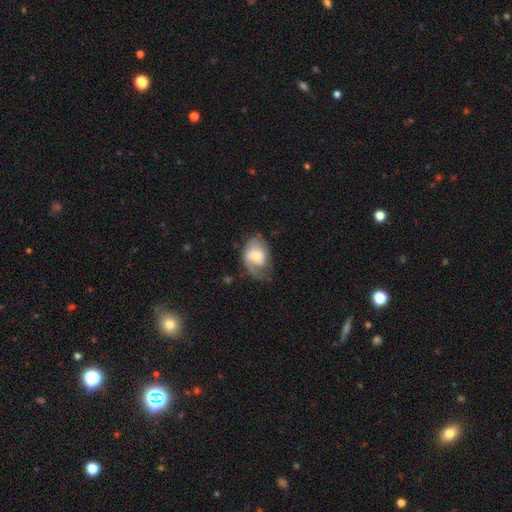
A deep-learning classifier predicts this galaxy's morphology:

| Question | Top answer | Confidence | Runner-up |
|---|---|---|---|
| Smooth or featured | featured or disk | 54% | smooth (39%) |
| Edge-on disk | no | 96% | yes (4%) |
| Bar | no | 66% | weak (28%) |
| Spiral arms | yes | 76% | no (24%) |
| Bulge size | moderate | 47% | small (43%) |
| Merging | none | 49% | minor disturbance (29%) |